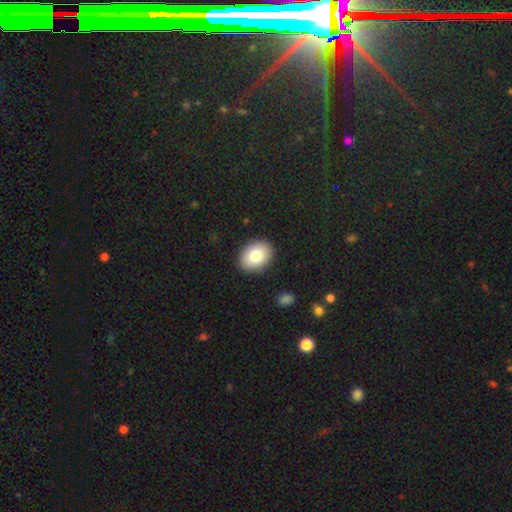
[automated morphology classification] type=smooth (80%); roundness=in between (62%); merging=none (90%).